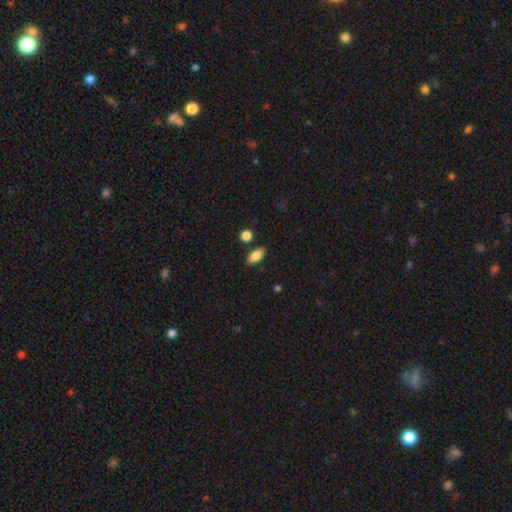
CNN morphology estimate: Smooth or featured?
  - smooth: 85% *
  - star or artifact: 8%
  - featured or disk: 7%
How rounded?
  - in between: 90% *
  - round: 5%
  - cigar-shaped: 4%
Merging?
  - none: 83% *
  - minor disturbance: 10%
  - merger: 4%
  - major disturbance: 2%